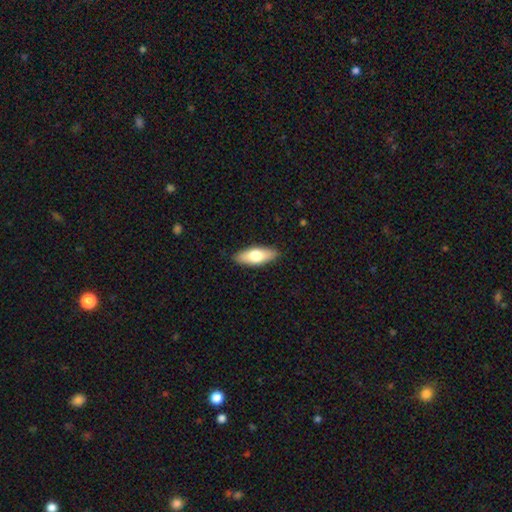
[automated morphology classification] smooth-or-featured: smooth: 66% | featured or disk: 28% | star or artifact: 6%
  how-rounded: in between: 72% | cigar-shaped: 25% | round: 3%
  merging: none: 88% | minor disturbance: 9% | major disturbance: 2% | merger: 1%